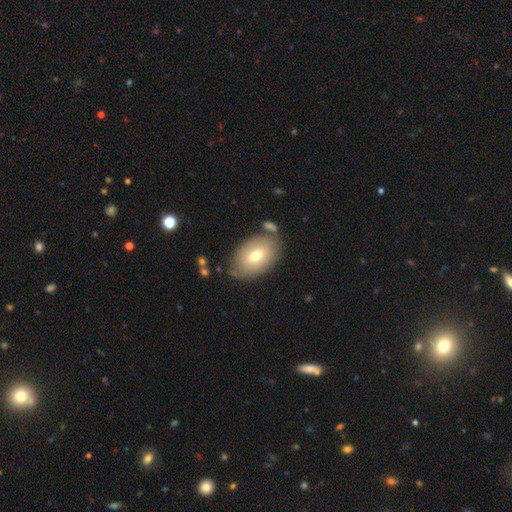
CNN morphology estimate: smooth_or_featured: smooth (p=0.70) [alt: featured or disk p=0.23]
how_rounded: in between (p=0.89) [alt: round p=0.10]
merging: none (p=0.74) [alt: minor disturbance p=0.15]